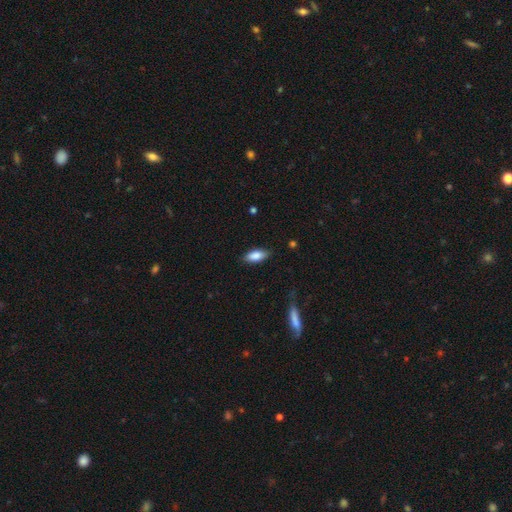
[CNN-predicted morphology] Smooth or featured? Predicted: smooth (p=0.85). How rounded? Predicted: in between (p=0.84). Merging? Predicted: none (p=0.84).